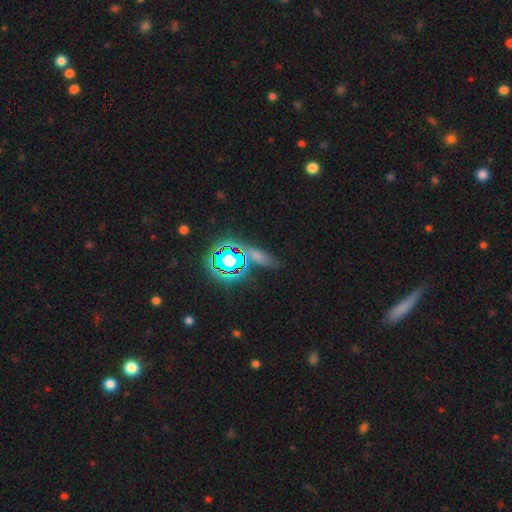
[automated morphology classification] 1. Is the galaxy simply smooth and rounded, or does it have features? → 42% smooth (tied), 42% star or artifact (tied), 16% featured or disk.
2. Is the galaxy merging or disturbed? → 69% none, 17% minor disturbance, 7% major disturbance, 7% merger.